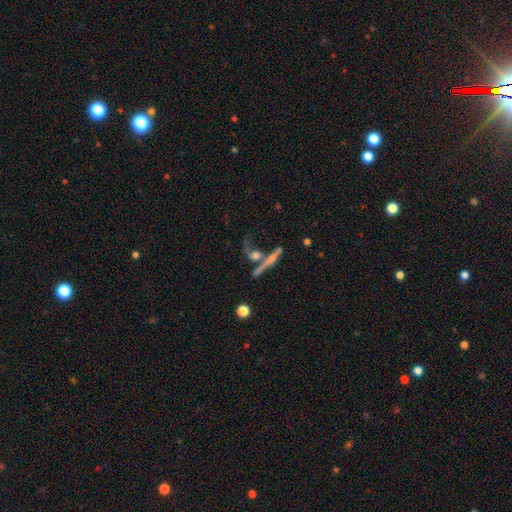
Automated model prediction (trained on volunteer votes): A featured or disk galaxy (61%) viewed edge-on (58%).

Vote fractions:
- Smooth or featured? featured or disk: 61% / smooth: 23% / star or artifact: 16%
- Edge-on disk? yes: 58% / no: 42%
- Merging? none: 38% (tied) / merger: 38% (tied) / major disturbance: 13% / minor disturbance: 11%